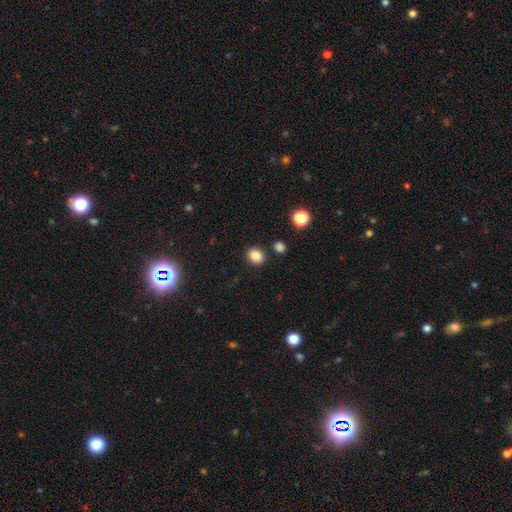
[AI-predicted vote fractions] smooth_or_featured: smooth (p=0.85) [alt: star or artifact p=0.11]
how_rounded: round (p=0.70) [alt: in between p=0.29]
merging: none (p=0.85) [alt: minor disturbance p=0.08]